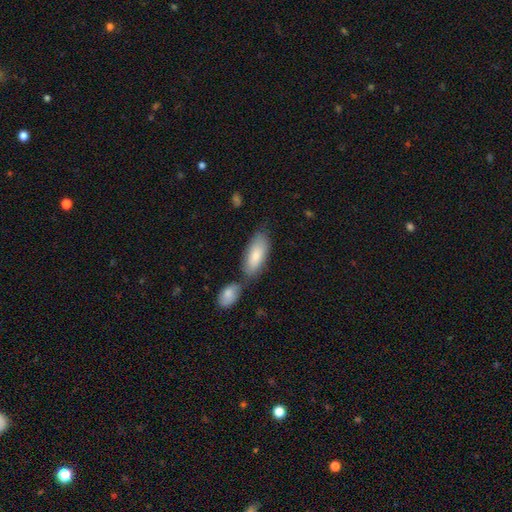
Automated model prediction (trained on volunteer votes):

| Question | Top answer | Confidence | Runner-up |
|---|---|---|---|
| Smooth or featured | smooth | 81% | featured or disk (14%) |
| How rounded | in between | 83% | cigar-shaped (16%) |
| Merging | none | 54% | merger (24%) |